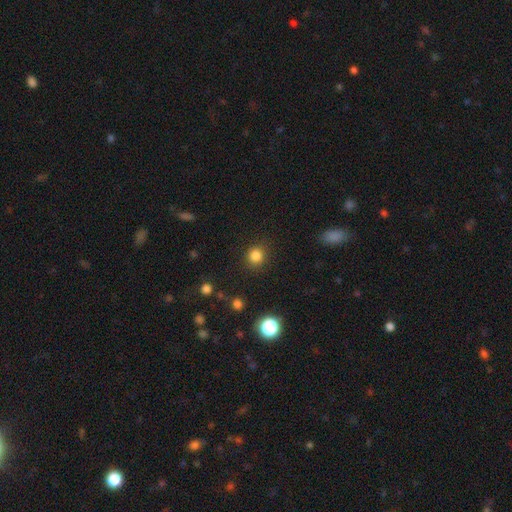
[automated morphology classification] A smooth galaxy with no disk features (83%) that is round (90%).

Vote fractions:
- Smooth or featured? smooth: 83% / star or artifact: 13% / featured or disk: 4%
- How rounded? round: 90% / in between: 9% / cigar-shaped: 1%
- Merging? none: 89% / minor disturbance: 7% / major disturbance: 3% / merger: 1%